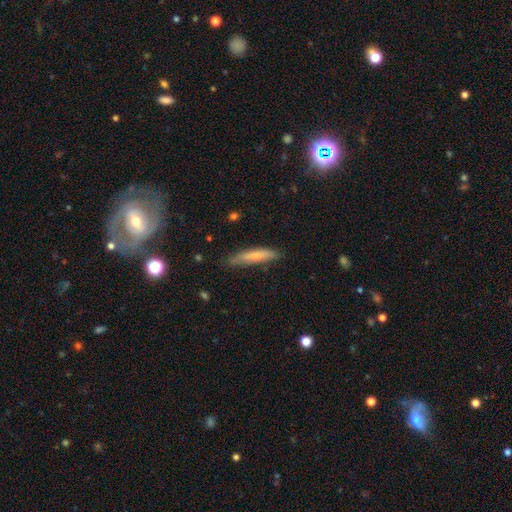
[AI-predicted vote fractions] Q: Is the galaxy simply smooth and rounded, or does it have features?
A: smooth — 69%.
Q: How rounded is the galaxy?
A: cigar-shaped — 87%.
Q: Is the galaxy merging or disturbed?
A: none — 76%.